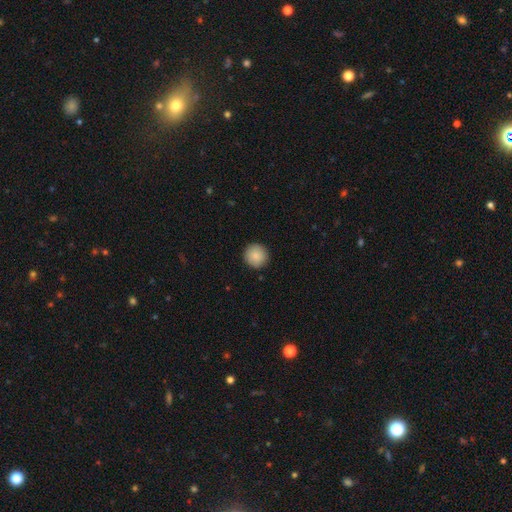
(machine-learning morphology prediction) Overall: smooth (88%). How rounded: round (95%). Merging: none (92%).